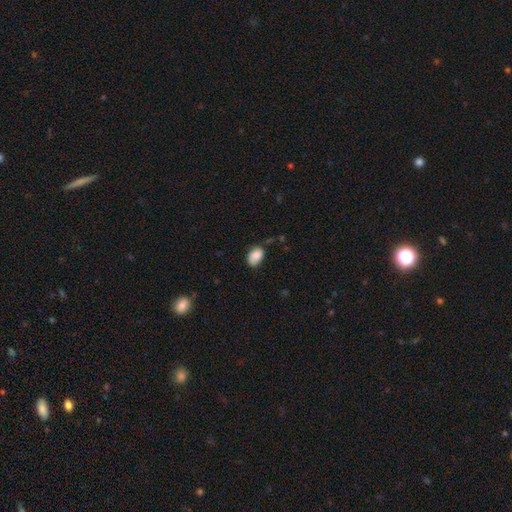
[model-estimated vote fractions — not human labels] Smooth or featured? Predicted: smooth (p=0.87). How rounded? Predicted: in between (p=0.87). Merging? Predicted: none (p=0.69).